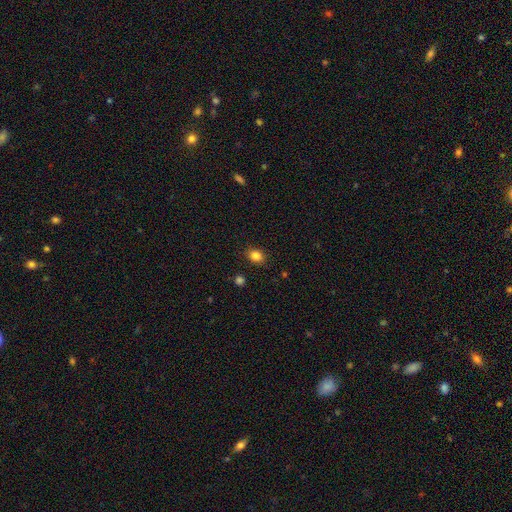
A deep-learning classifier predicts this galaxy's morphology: This appears to be a smooth galaxy with no disk features (84%) that is in between round and cigar-shaped (52%). Merging: none (88%).